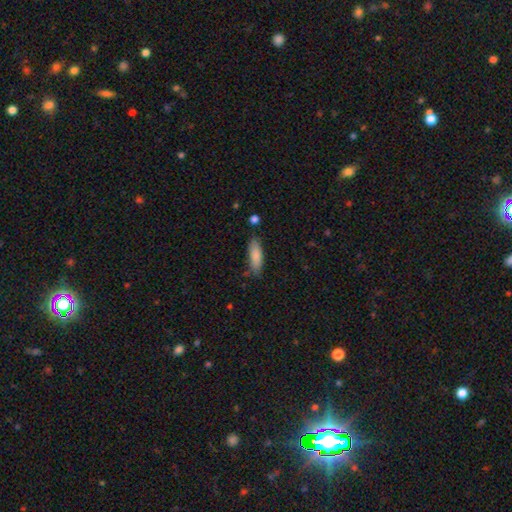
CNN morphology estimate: Q: Smooth or featured?
A: smooth (85%); runner-up: featured or disk (9%)
Q: How rounded?
A: in between (51%); runner-up: cigar-shaped (47%)
Q: Merging?
A: none (79%); runner-up: minor disturbance (15%)